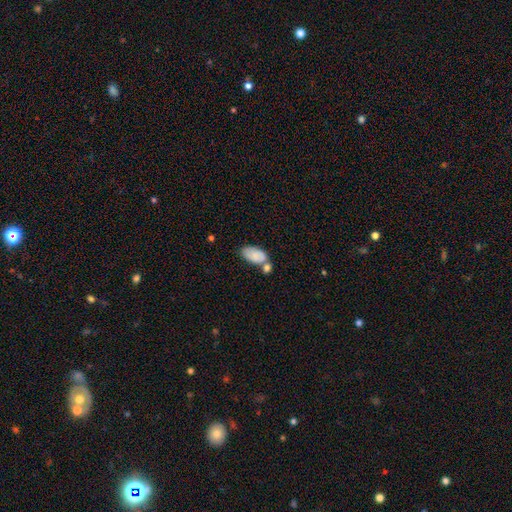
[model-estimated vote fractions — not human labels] smooth 83%, featured or disk 10%, star or artifact 7%. Down the decision tree: how rounded — in between (95%); merging — none (43%).